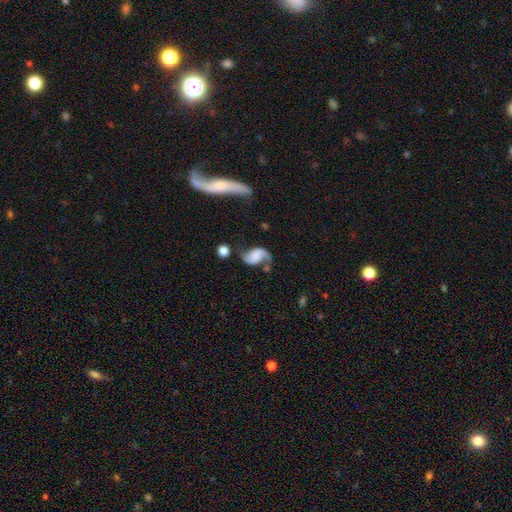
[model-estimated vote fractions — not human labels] featured or disk 75%, smooth 18%, star or artifact 7%. Down the decision tree: edge-on disk — no (97%); bar — no (60%); spiral arms — yes (94%); spiral arm count — 2 (89%); spiral winding — loose (66%); bulge size — none (55%); merging — none (54%).